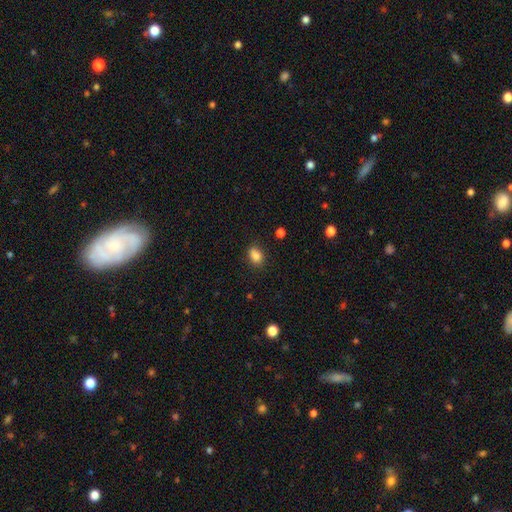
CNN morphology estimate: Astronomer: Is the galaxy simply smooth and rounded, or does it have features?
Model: smooth — 82%.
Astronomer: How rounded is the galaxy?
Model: in between — 66%.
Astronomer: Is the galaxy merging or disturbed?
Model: none — 64%.